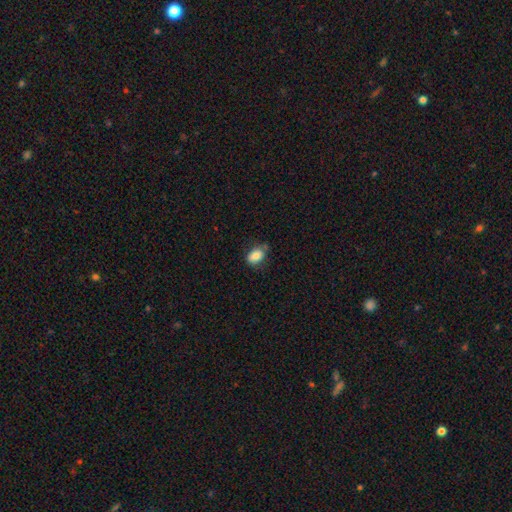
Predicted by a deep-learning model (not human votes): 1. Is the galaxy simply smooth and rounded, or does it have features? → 84% smooth, 8% star or artifact, 8% featured or disk.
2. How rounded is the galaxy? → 82% in between, 16% round, 2% cigar-shaped.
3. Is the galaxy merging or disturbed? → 60% none, 27% minor disturbance, 7% major disturbance, 6% merger.